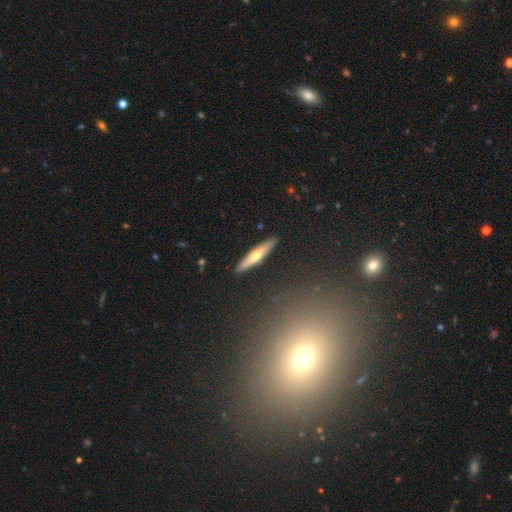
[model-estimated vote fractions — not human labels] This appears to be a smooth galaxy with no disk features (47%, tied with featured or disk). Merging: none (90%).